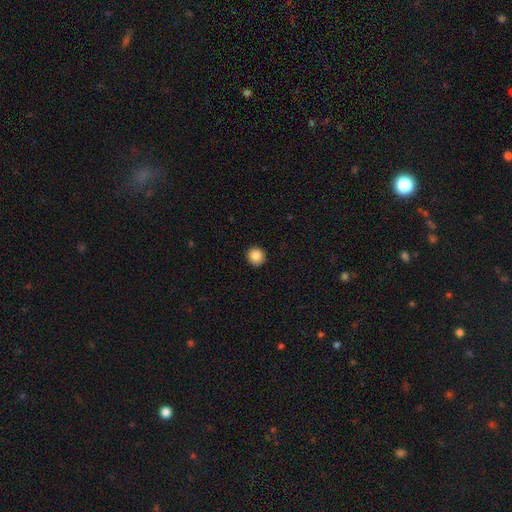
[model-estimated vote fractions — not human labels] The model was most divided on "smooth or featured": smooth: 87%, star or artifact: 9%, featured or disk: 4%. More confident: how rounded — round (93%); merging — none (92%).